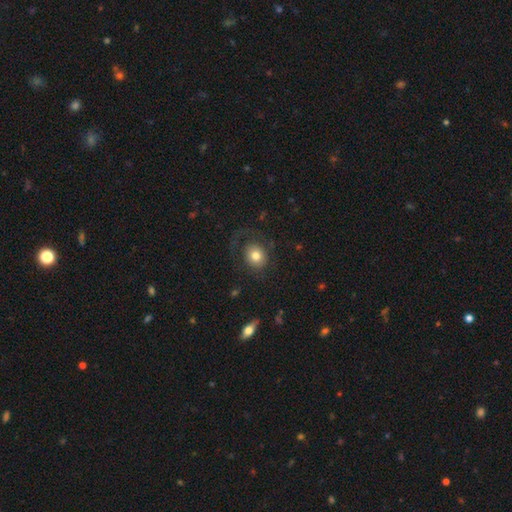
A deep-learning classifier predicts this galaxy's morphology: smooth_or_featured: smooth (p=0.72) [alt: featured or disk p=0.19]
how_rounded: round (p=0.70) [alt: in between p=0.30]
merging: none (p=0.64) [alt: major disturbance p=0.20]